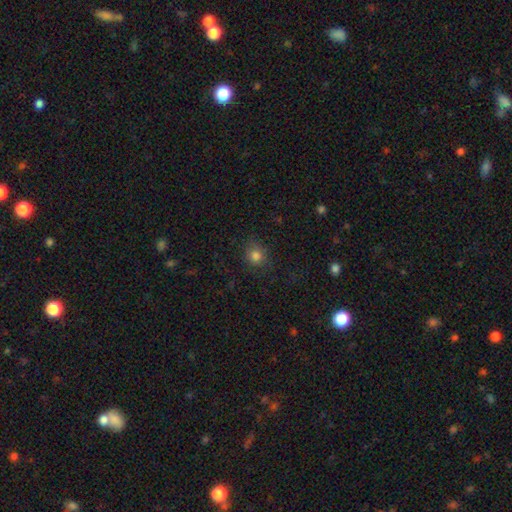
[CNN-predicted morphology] Smooth or featured?
  - smooth: 80% *
  - star or artifact: 14%
  - featured or disk: 6%
How rounded?
  - round: 79% *
  - in between: 20%
  - cigar-shaped: 1%
Merging?
  - none: 80% *
  - minor disturbance: 14%
  - major disturbance: 5%
  - merger: 1%